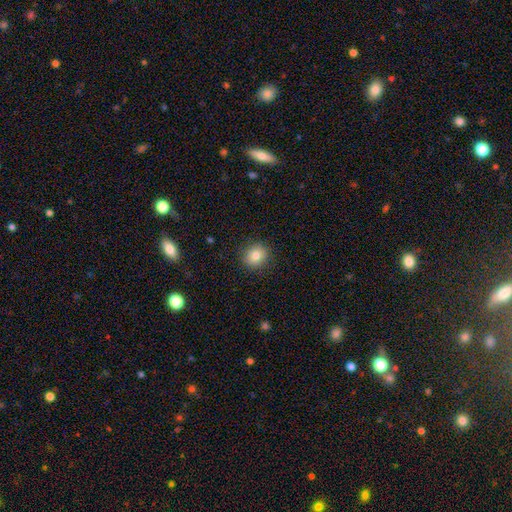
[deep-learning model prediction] Smooth or featured: smooth — 82% (star or artifact — 10%)
How rounded: round — 85% (in between — 14%)
Merging: none — 88% (minor disturbance — 8%)